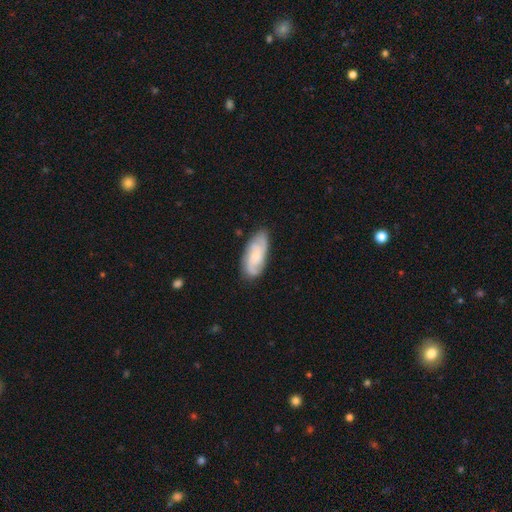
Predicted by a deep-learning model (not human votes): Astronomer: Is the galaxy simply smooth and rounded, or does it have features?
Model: featured or disk — 66%.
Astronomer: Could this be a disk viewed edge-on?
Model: no — 94%.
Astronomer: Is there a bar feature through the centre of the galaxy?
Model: no — 67%.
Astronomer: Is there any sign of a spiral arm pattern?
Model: yes — 95%.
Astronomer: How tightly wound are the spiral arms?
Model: medium — 43%, tied with tight at 43%.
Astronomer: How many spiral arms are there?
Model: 3 — 39% (runner-up: 2, 26%).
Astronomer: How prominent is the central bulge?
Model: small — 57%.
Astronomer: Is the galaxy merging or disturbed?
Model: none — 78%.